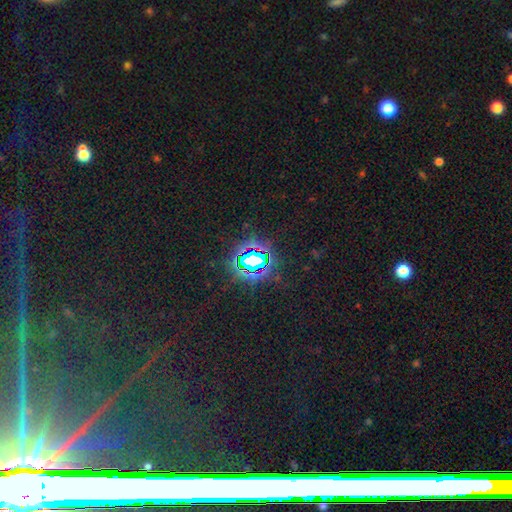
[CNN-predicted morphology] smooth-or-featured: star or artifact: 78% | smooth: 14% | featured or disk: 8%